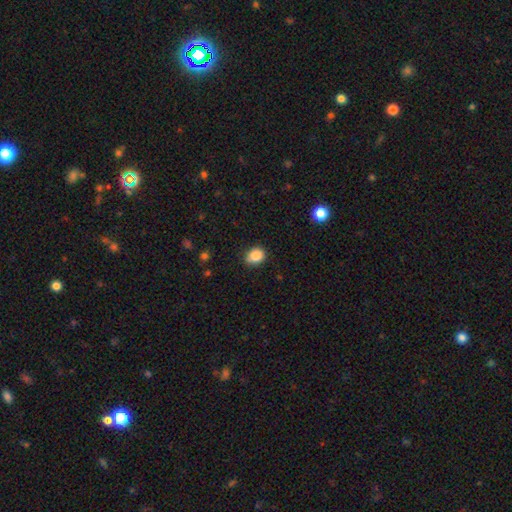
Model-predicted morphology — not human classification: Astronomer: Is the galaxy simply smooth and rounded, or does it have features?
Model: smooth — 86%.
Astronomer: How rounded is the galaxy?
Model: round — 63%.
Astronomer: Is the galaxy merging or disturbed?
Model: none — 79%.